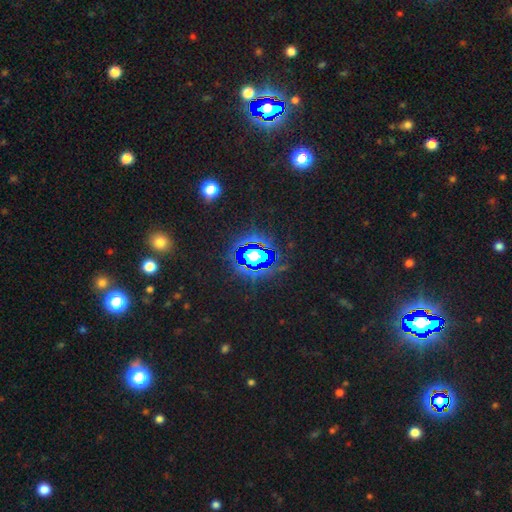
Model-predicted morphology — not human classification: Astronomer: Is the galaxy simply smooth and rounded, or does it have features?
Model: star or artifact — 73%.